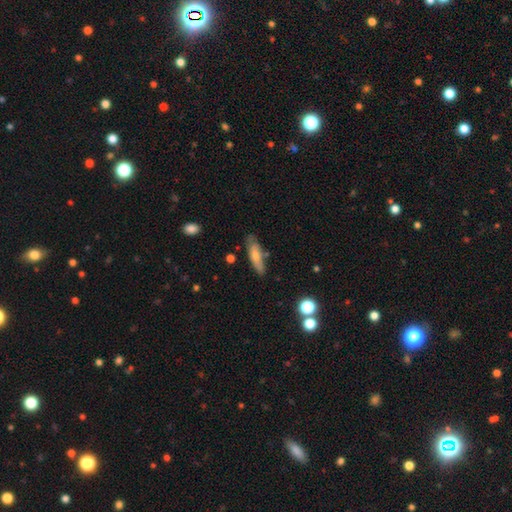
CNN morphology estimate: smooth_or_featured: smooth (p=0.66) [alt: featured or disk p=0.27]
how_rounded: cigar-shaped (p=0.60) [alt: in between p=0.38]
merging: none (p=0.70) [alt: minor disturbance p=0.21]